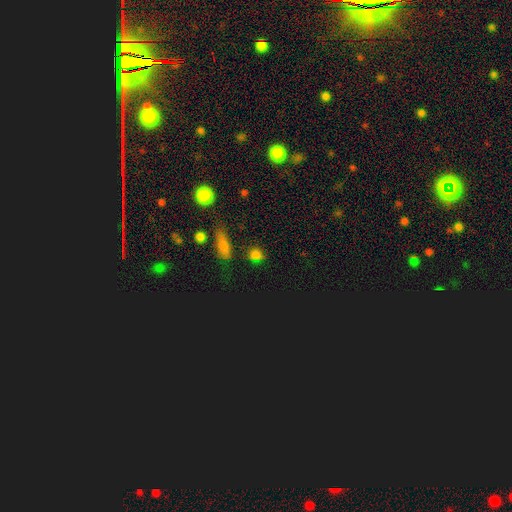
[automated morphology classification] This appears to be a smooth galaxy with no disk features (61%) that is round (62%). Merging: none (74%).